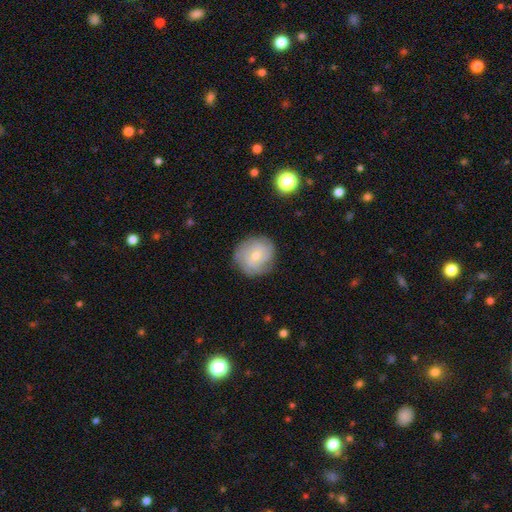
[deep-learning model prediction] Q: Smooth or featured?
A: featured or disk (53%); runner-up: smooth (39%)
Q: Edge-on disk?
A: no (97%); runner-up: yes (3%)
Q: Bar?
A: no (61%); runner-up: weak (34%)
Q: Spiral arms?
A: yes (82%); runner-up: no (18%)
Q: Bulge size?
A: small (53%); runner-up: moderate (43%)
Q: Merging?
A: none (81%); runner-up: minor disturbance (14%)